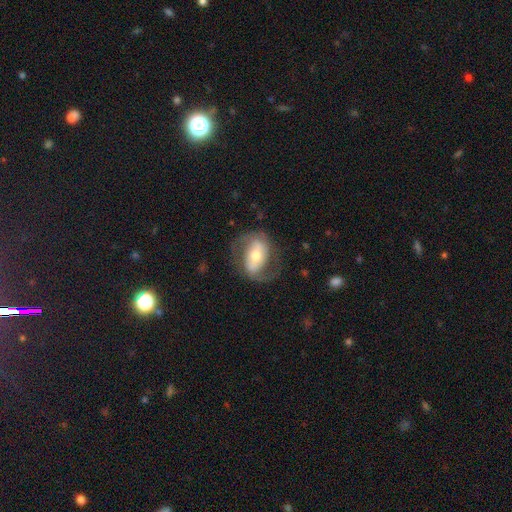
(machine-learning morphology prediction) Smooth or featured? featured or disk (73%)
Edge-on disk? no (95%)
Bar? strong (44%)
Spiral arms? yes (85%)
Spiral winding? medium (47%)
Spiral arm count? 2 (86%)
Bulge size? moderate (57%)
Merging? none (67%)